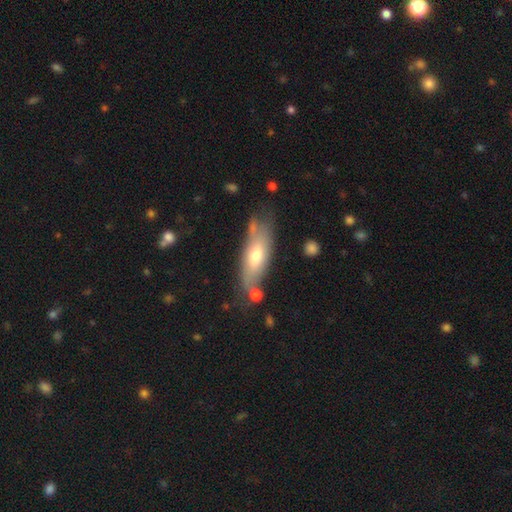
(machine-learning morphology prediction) Q: Smooth or featured?
A: smooth (57%); runner-up: featured or disk (37%)
Q: How rounded?
A: in between (65%); runner-up: cigar-shaped (33%)
Q: Merging?
A: none (65%); runner-up: minor disturbance (22%)